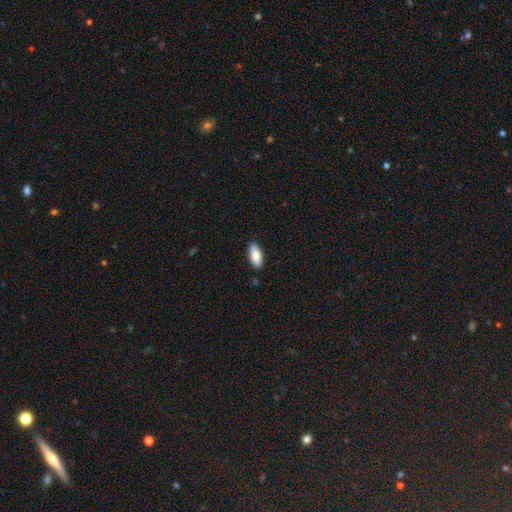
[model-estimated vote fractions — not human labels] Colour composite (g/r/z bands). It shows a smooth galaxy with no disk features (86%) that is in between round and cigar-shaped (84%). Merging: none (86%).